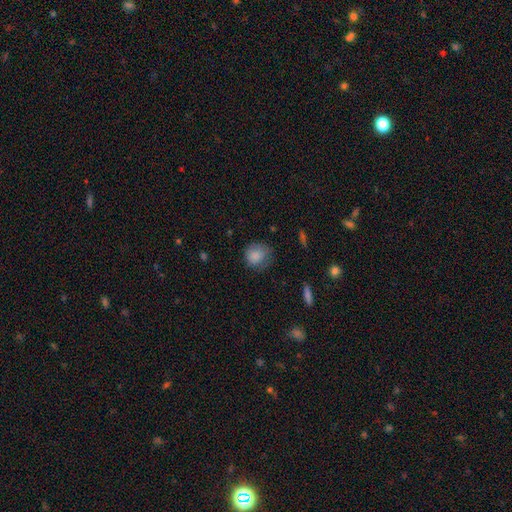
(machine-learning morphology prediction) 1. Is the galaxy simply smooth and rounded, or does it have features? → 84% smooth, 9% star or artifact, 7% featured or disk.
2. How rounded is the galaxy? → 79% round, 20% in between, 1% cigar-shaped.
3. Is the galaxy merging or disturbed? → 65% none, 25% minor disturbance, 9% major disturbance, 1% merger.